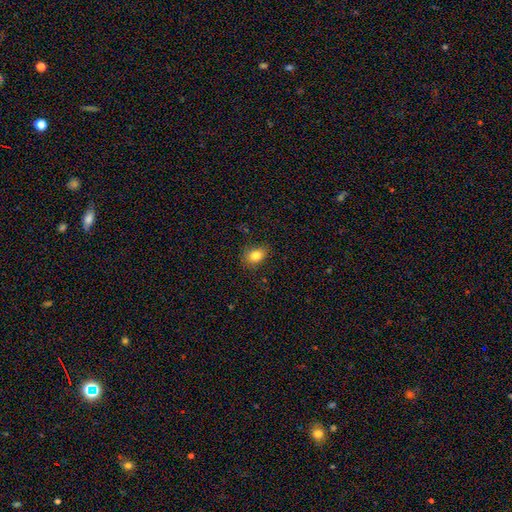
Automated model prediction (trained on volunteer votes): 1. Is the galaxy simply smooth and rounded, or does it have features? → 83% smooth, 11% star or artifact, 7% featured or disk.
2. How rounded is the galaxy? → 62% in between, 37% round, 1% cigar-shaped.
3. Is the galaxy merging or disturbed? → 82% none, 14% minor disturbance, 3% major disturbance, 1% merger.